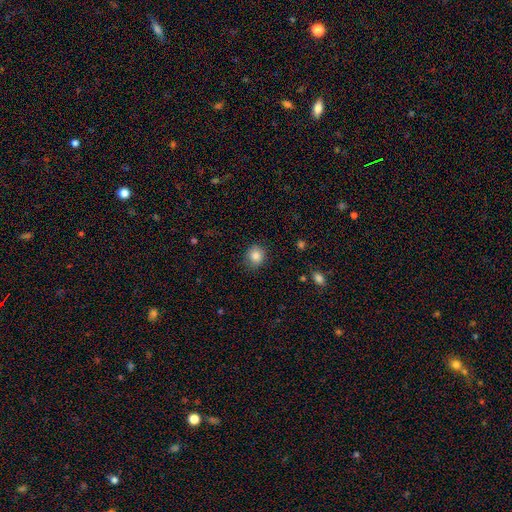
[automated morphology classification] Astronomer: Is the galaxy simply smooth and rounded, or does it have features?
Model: smooth — 84%.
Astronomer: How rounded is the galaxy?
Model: round — 82%.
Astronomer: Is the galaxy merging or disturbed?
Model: none — 85%.